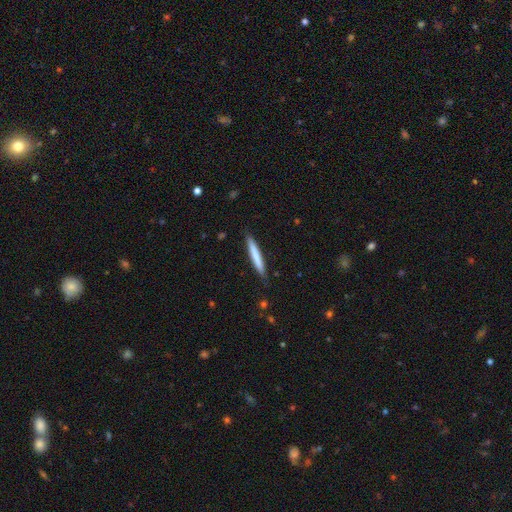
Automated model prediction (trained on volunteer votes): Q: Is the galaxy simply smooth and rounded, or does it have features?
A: smooth — 73%.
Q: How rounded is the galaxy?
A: cigar-shaped — 95%.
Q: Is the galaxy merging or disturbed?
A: none — 87%.